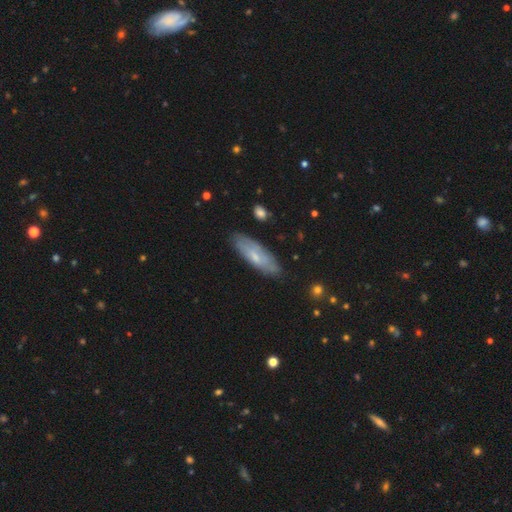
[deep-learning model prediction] smooth 53%, featured or disk 41%, star or artifact 6%. Down the decision tree: how rounded — in between (57%); merging — none (80%).